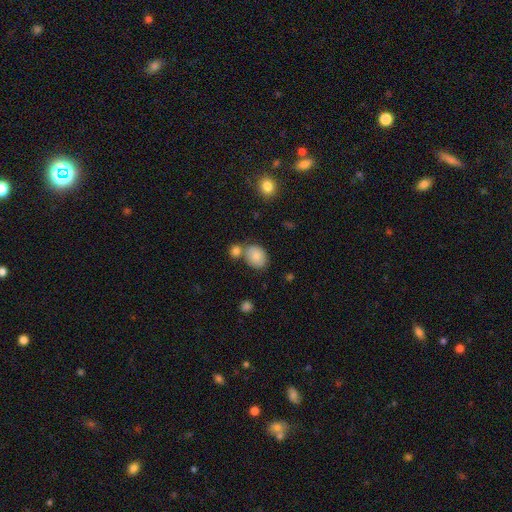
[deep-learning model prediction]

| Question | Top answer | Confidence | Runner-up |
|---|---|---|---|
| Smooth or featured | smooth | 81% | featured or disk (11%) |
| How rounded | in between | 54% | round (45%) |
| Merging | none | 56% | merger (25%) |